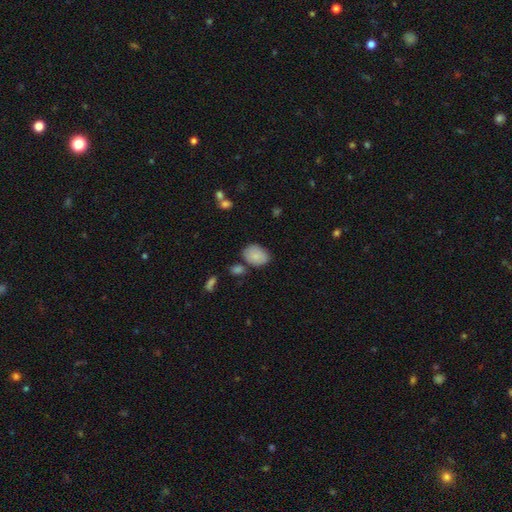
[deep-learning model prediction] Smooth or featured: smooth — 84% (featured or disk — 9%)
How rounded: in between — 77% (round — 22%)
Merging: none — 69% (minor disturbance — 18%)